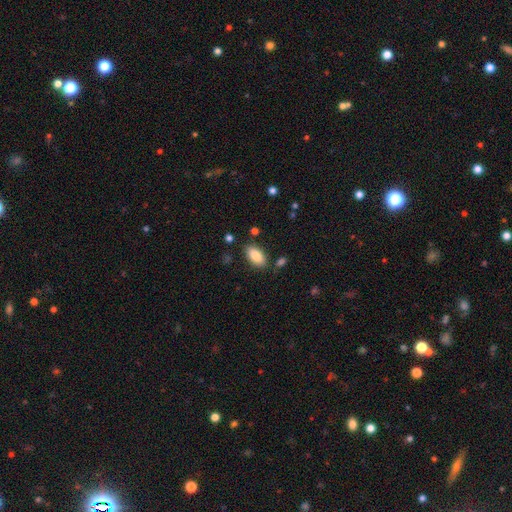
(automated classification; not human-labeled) Q: Smooth or featured?
A: smooth (85%); runner-up: featured or disk (8%)
Q: How rounded?
A: in between (93%); runner-up: cigar-shaped (5%)
Q: Merging?
A: none (83%); runner-up: minor disturbance (11%)